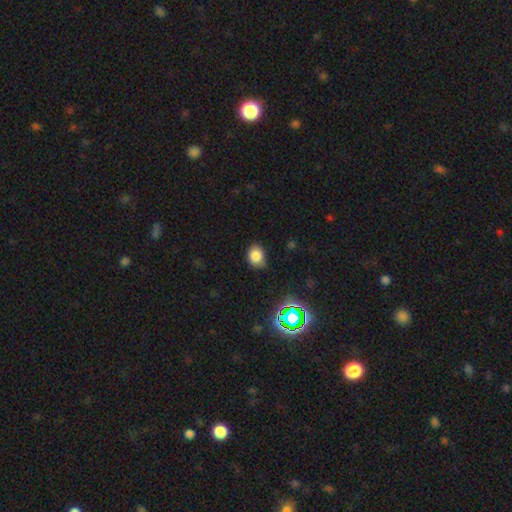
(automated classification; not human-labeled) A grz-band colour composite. It shows a smooth galaxy with no disk features (81%) that is round (55%). Merging: none (74%).